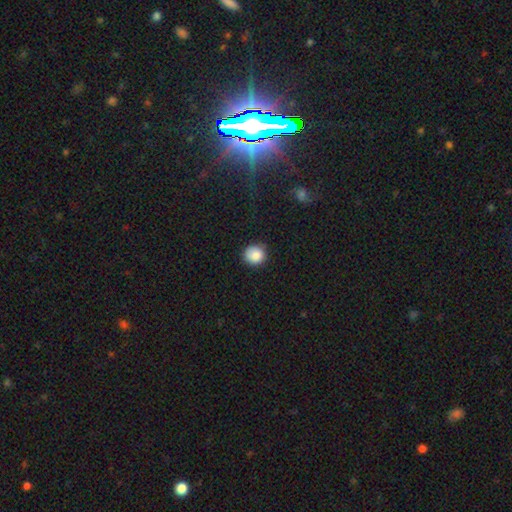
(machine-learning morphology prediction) This is clearly a smooth galaxy (86%). How rounded: clearly round (88%). Merging: clearly none (81%).